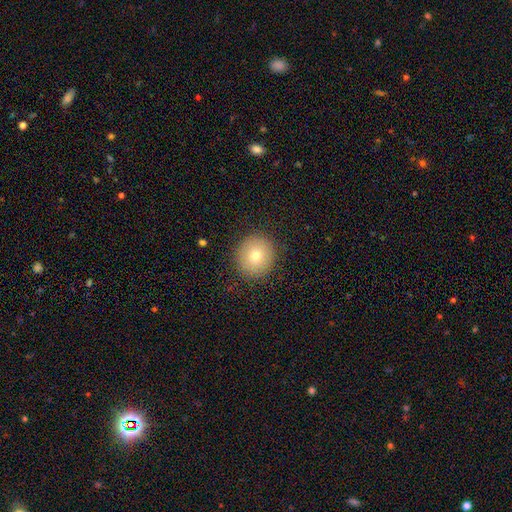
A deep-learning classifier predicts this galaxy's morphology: smooth-or-featured: smooth: 74% | featured or disk: 15% | star or artifact: 11%
  how-rounded: round: 90% | in between: 9% | cigar-shaped: 1%
  merging: none: 89% | minor disturbance: 7% | major disturbance: 3% | merger: 1%